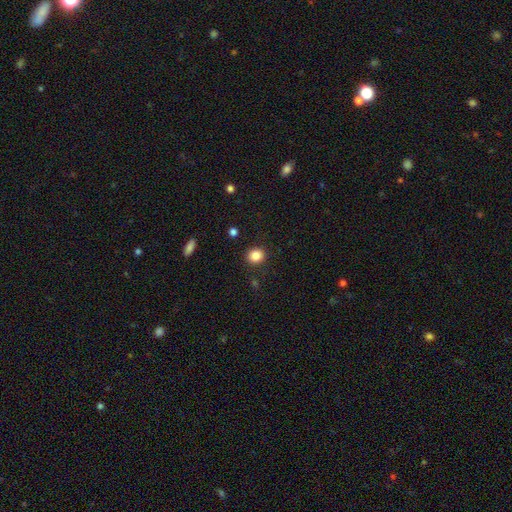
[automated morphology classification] Smooth or featured?
  - smooth: 85% *
  - star or artifact: 10%
  - featured or disk: 5%
How rounded?
  - round: 76% *
  - in between: 23%
  - cigar-shaped: 1%
Merging?
  - none: 90% *
  - minor disturbance: 7%
  - major disturbance: 2%
  - merger: 1%